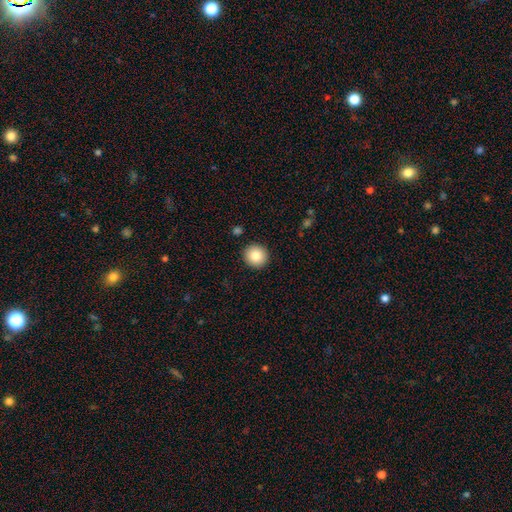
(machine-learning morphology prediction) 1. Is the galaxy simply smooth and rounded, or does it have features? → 84% smooth, 9% star or artifact, 7% featured or disk.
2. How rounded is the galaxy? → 94% round, 5% in between, 1% cigar-shaped.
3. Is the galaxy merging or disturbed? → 92% none, 5% minor disturbance, 2% major disturbance, 1% merger.